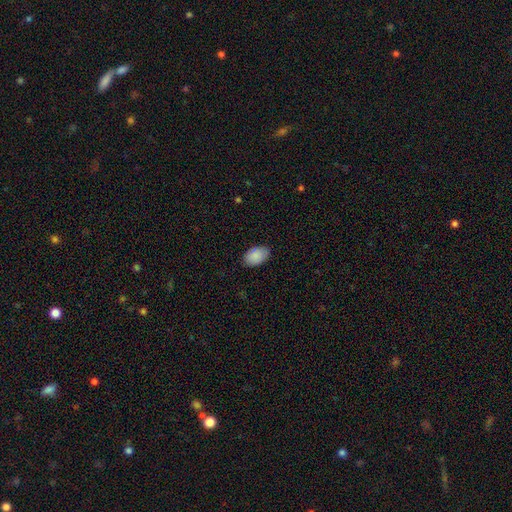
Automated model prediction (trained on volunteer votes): This appears to be a smooth galaxy with no disk features (89%) that is in between round and cigar-shaped (90%). Merging: none (85%).